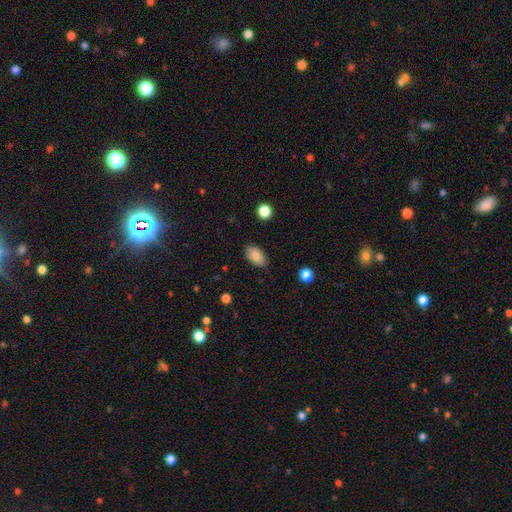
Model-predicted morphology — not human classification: smooth_or_featured: smooth (p=0.85) [alt: star or artifact p=0.08]
how_rounded: in between (p=0.92) [alt: round p=0.06]
merging: none (p=0.83) [alt: minor disturbance p=0.13]